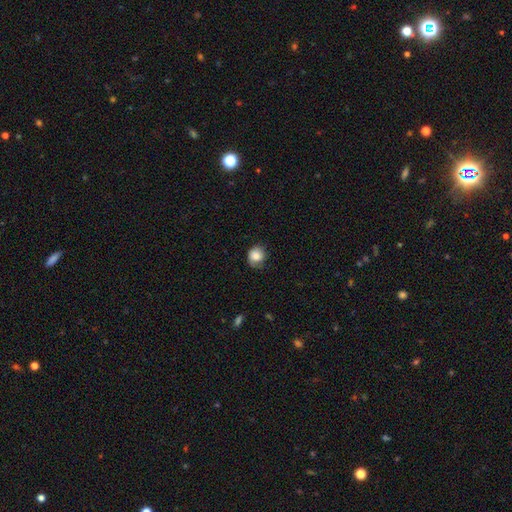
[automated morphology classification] Smooth or featured: smooth — 84% (star or artifact — 8%)
How rounded: round — 77% (in between — 23%)
Merging: none — 65% (minor disturbance — 27%)